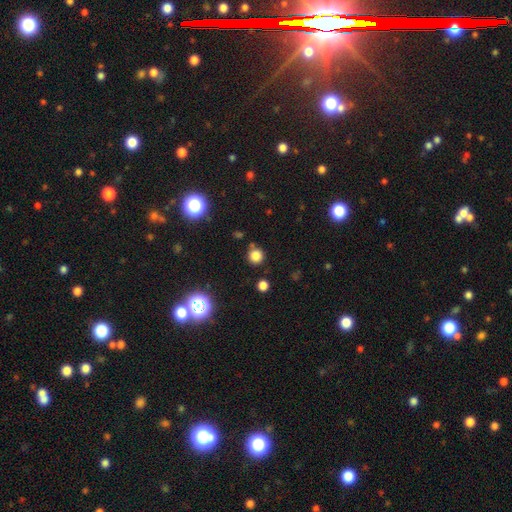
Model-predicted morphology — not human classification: type=smooth (79%); roundness=round (92%); merging=none (80%).